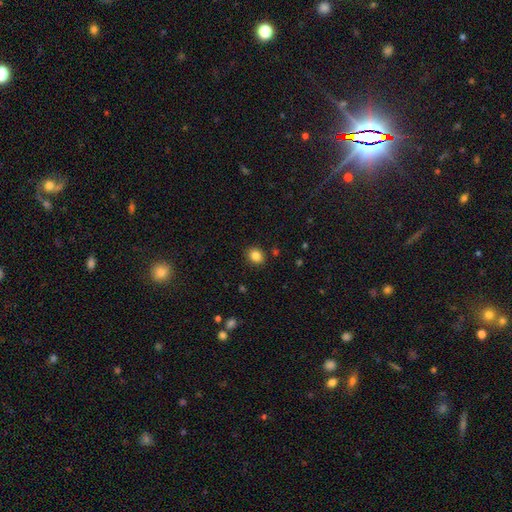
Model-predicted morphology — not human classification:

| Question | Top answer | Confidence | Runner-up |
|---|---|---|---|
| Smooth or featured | smooth | 84% | star or artifact (10%) |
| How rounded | round | 58% | in between (41%) |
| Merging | none | 88% | minor disturbance (8%) |